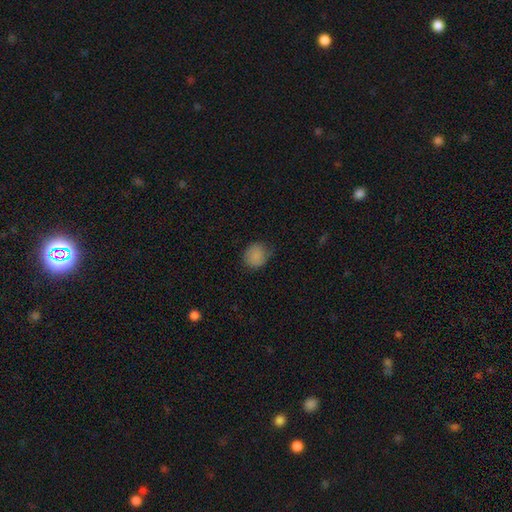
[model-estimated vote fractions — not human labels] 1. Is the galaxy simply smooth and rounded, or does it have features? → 82% smooth, 9% featured or disk, 9% star or artifact.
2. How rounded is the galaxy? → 73% round, 26% in between, 1% cigar-shaped.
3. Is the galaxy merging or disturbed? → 64% none, 28% minor disturbance, 7% major disturbance, 1% merger.